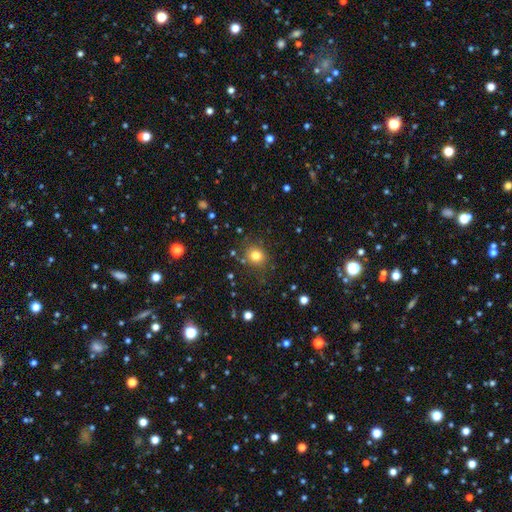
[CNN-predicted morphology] Q: Smooth or featured?
A: smooth (78%); runner-up: star or artifact (14%)
Q: How rounded?
A: round (80%); runner-up: in between (19%)
Q: Merging?
A: none (82%); runner-up: minor disturbance (11%)